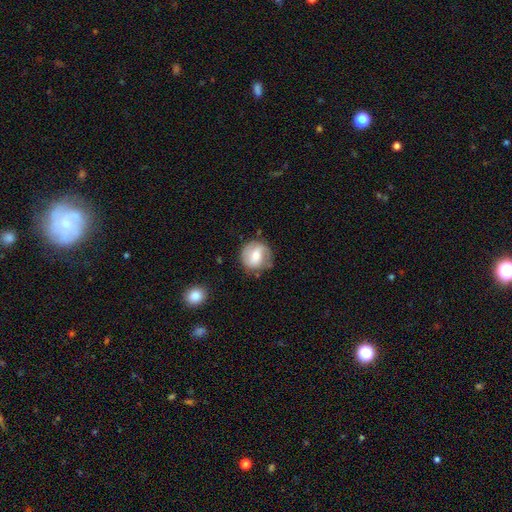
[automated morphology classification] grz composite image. It shows a featured or disk galaxy (53%) with a weak bar (46%), spiral arms (80%) and a moderate central bulge (59%). Merging: none (72%).